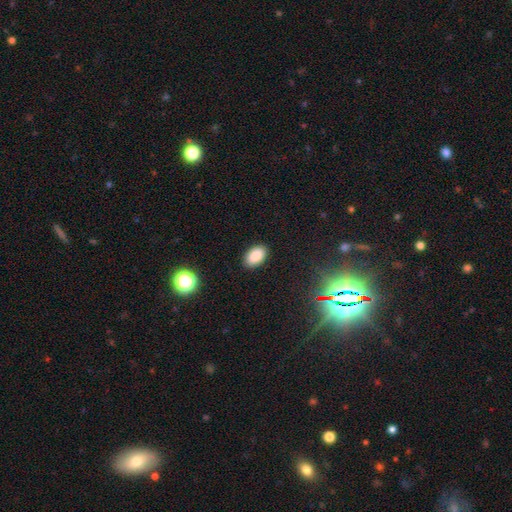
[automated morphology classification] smooth 87%, star or artifact 8%, featured or disk 4%. Down the decision tree: how rounded — in between (91%); merging — none (88%).